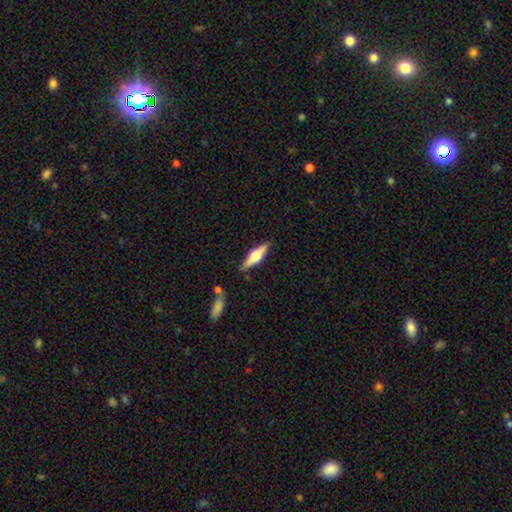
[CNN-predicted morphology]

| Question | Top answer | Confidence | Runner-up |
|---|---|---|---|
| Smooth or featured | featured or disk | 62% | smooth (32%) |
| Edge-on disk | yes | 96% | no (4%) |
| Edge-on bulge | rounded | 93% | boxy (5%) |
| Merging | none | 86% | minor disturbance (9%) |